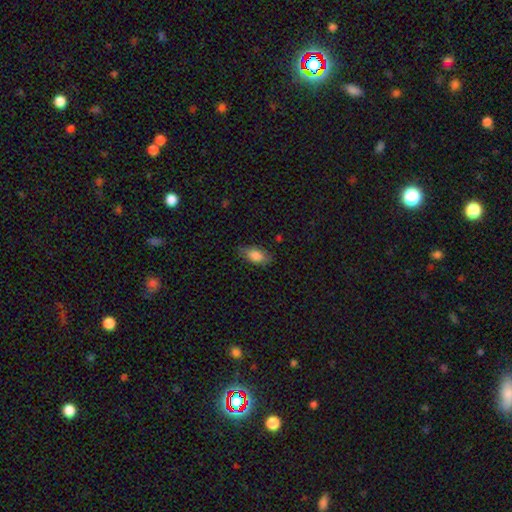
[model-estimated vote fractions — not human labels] Overall: smooth (81%). How rounded: in between (89%). Merging: none (75%).